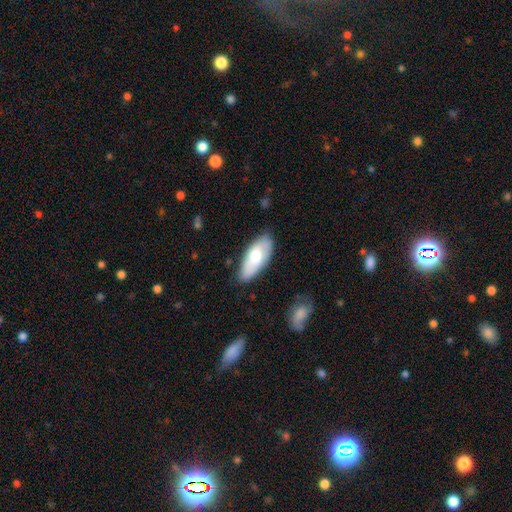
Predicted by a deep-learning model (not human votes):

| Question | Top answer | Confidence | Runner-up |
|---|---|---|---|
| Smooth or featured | smooth | 69% | featured or disk (26%) |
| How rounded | in between | 85% | cigar-shaped (13%) |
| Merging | none | 76% | minor disturbance (19%) |